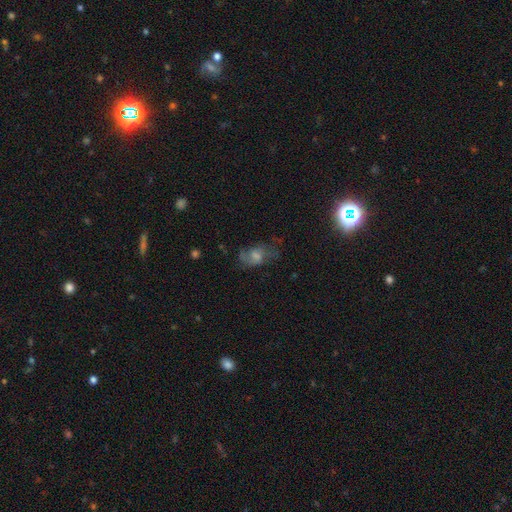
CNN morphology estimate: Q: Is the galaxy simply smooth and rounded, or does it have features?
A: smooth — 45%.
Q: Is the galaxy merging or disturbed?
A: none — 45%.